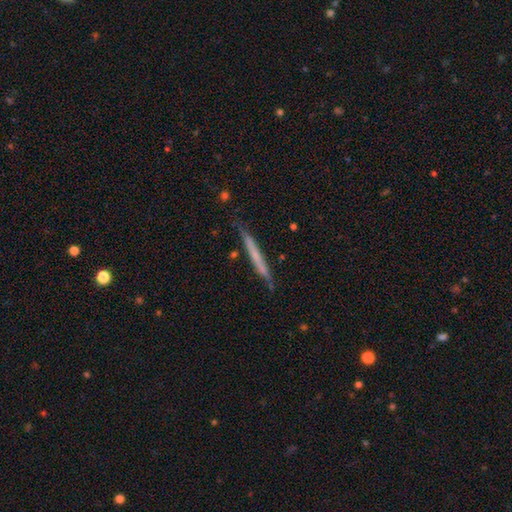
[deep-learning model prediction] Overall: smooth (49%; featured or disk 45%). Merging: none (82%).